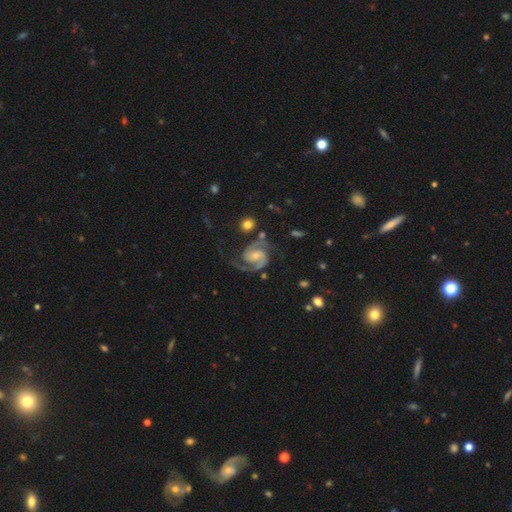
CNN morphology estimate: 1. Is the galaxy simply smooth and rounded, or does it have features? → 92% featured or disk, 4% star or artifact, 3% smooth.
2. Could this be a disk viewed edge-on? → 98% no, 2% yes.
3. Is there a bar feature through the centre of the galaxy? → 46% no, 40% weak, 14% strong.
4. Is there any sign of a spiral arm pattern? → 99% yes, 1% no.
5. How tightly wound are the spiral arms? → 60% medium, 28% tight, 12% loose.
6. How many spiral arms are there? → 93% 2, 2% 3, 2% can't tell, 1% 1, 1% 4, 1% more than 4.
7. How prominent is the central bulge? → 55% small, 33% moderate, 8% none, 3% large, 1% dominant.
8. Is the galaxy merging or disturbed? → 73% none, 15% minor disturbance, 8% major disturbance, 3% merger.